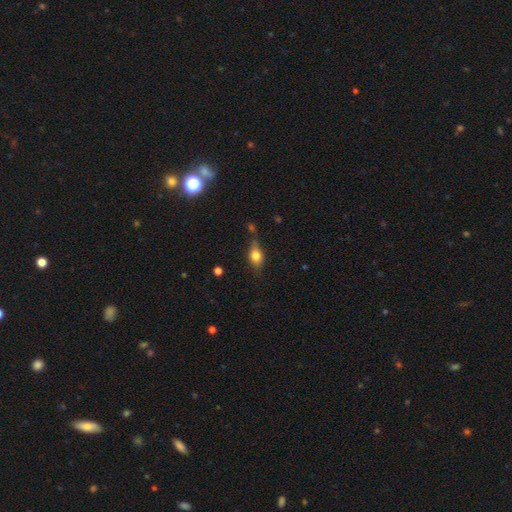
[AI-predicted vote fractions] smooth-or-featured: smooth: 72% | featured or disk: 19% | star or artifact: 10%
  how-rounded: in between: 69% | round: 24% | cigar-shaped: 7%
  merging: none: 61% | minor disturbance: 25% | major disturbance: 8% | merger: 7%